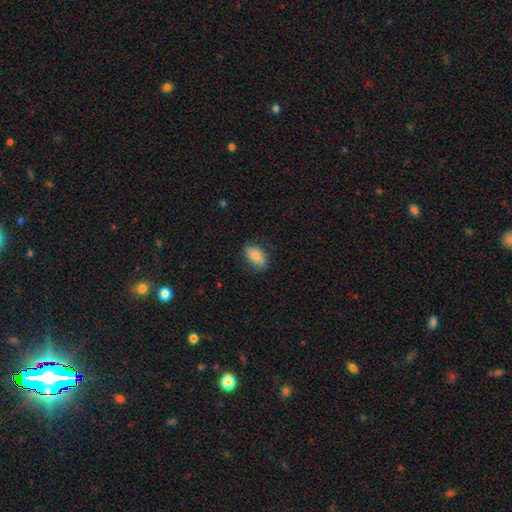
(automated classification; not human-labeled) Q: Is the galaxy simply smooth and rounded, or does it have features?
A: smooth — 80%.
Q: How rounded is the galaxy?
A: in between — 90%.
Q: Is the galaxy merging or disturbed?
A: none — 80%.